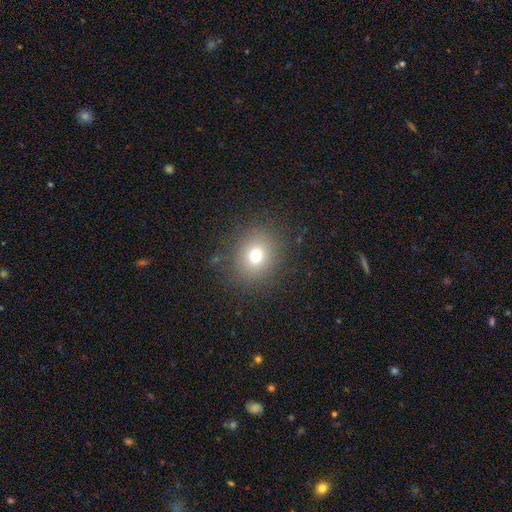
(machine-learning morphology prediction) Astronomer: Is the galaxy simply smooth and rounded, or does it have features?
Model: smooth — 72%.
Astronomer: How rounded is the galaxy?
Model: round — 76%.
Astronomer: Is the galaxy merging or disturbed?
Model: none — 89%.